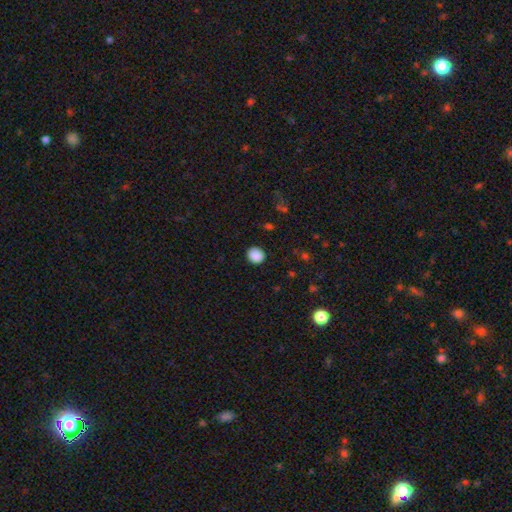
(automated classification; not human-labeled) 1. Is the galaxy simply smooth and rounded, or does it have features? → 88% smooth, 9% star or artifact, 3% featured or disk.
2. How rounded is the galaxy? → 81% round, 18% in between, 1% cigar-shaped.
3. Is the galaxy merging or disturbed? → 88% none, 8% minor disturbance, 2% major disturbance, 1% merger.